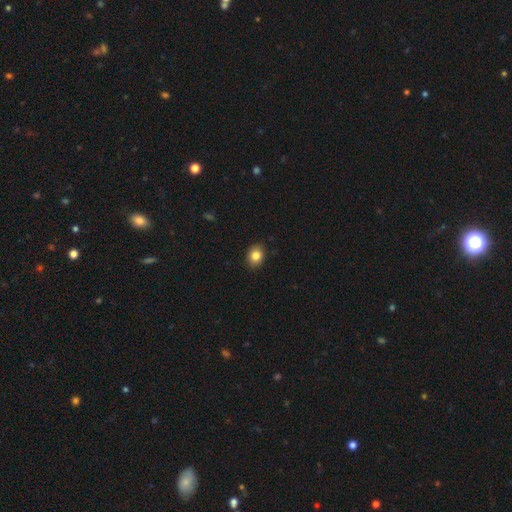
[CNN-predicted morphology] type=smooth (85%); roundness=round (50%); merging=none (88%).